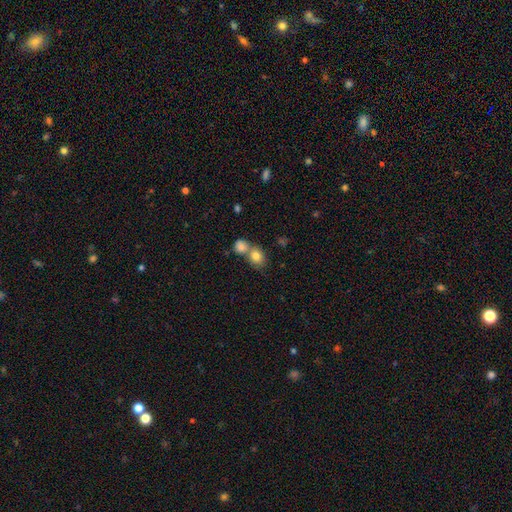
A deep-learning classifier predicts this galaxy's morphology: Smooth or featured? Predicted: smooth (p=0.81). How rounded? Predicted: round (p=0.66). Merging? Predicted: merger (p=0.48).